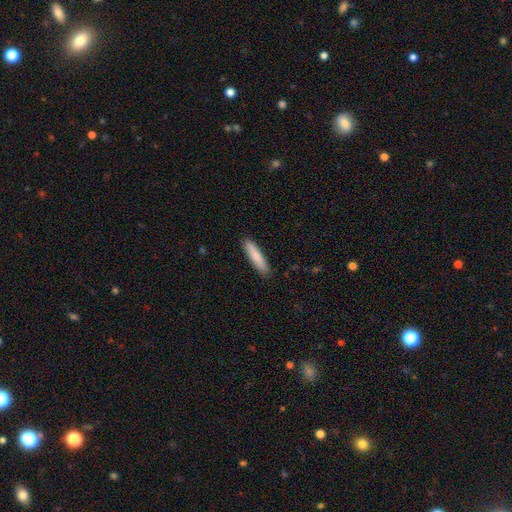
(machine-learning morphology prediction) Q: Smooth or featured?
A: smooth (84%); runner-up: featured or disk (10%)
Q: How rounded?
A: cigar-shaped (85%); runner-up: in between (14%)
Q: Merging?
A: none (89%); runner-up: minor disturbance (8%)